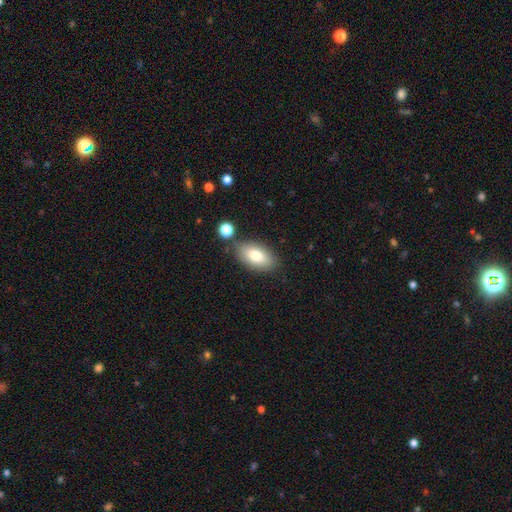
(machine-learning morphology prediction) smooth_or_featured: smooth (p=0.78) [alt: featured or disk p=0.14]
how_rounded: in between (p=0.92) [alt: round p=0.05]
merging: none (p=0.78) [alt: minor disturbance p=0.13]